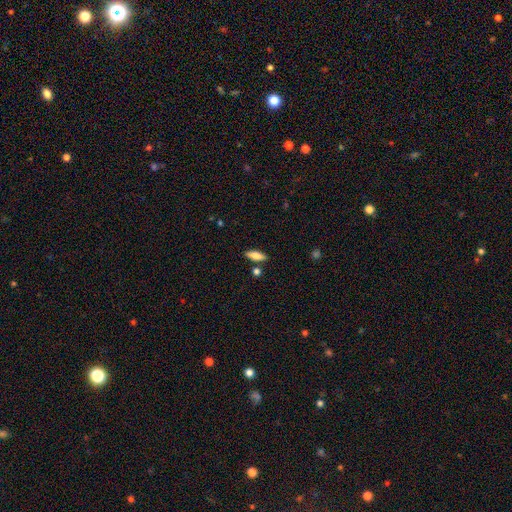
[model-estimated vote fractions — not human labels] This is likely a smooth galaxy (77%). How rounded: likely in between (62%). Merging: clearly none (83%).